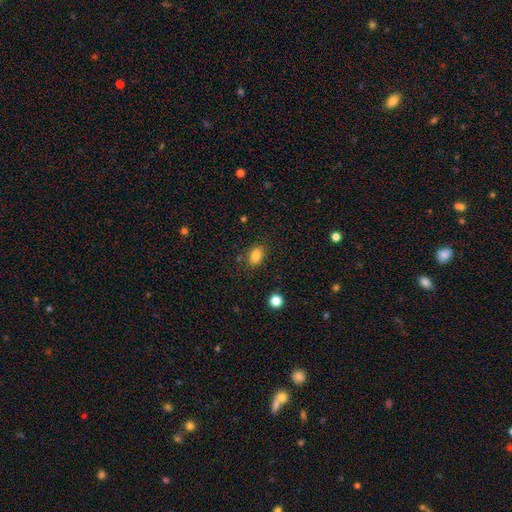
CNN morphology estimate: Smooth or featured? Predicted: smooth (p=0.84). How rounded? Predicted: in between (p=0.84). Merging? Predicted: none (p=0.82).